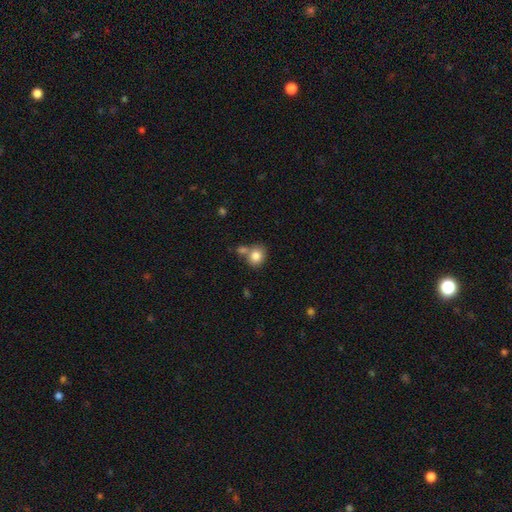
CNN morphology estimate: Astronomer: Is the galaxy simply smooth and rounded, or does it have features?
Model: smooth — 82%.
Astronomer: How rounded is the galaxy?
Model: round — 69%.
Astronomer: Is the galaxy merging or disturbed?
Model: none — 55% (runner-up: merger, 30%).